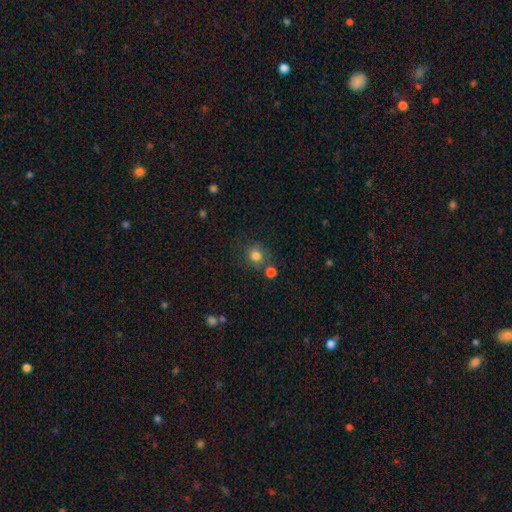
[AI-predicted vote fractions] A smooth galaxy with no disk features (81%) that is round (86%). Merging: none (71%).